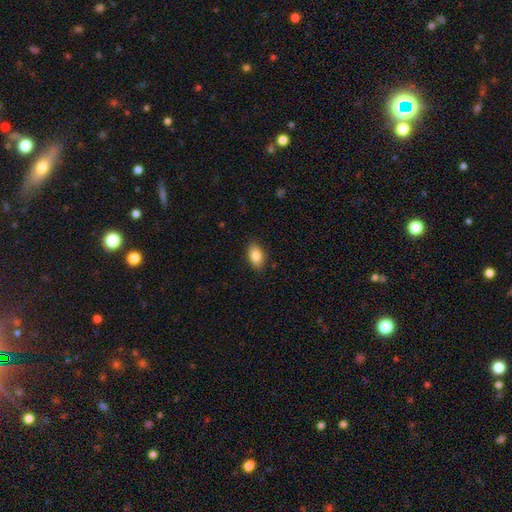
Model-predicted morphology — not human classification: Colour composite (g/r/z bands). It shows a smooth galaxy with no disk features (85%) that is in between round and cigar-shaped (90%). Merging: none (86%).